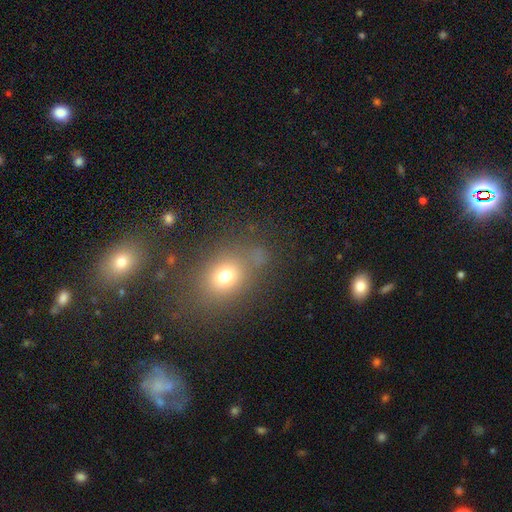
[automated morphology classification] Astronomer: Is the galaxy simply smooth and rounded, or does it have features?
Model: smooth — 63%.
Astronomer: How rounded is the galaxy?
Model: round — 50% (runner-up: in between, 48%).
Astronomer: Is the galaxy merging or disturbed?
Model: none — 69%.